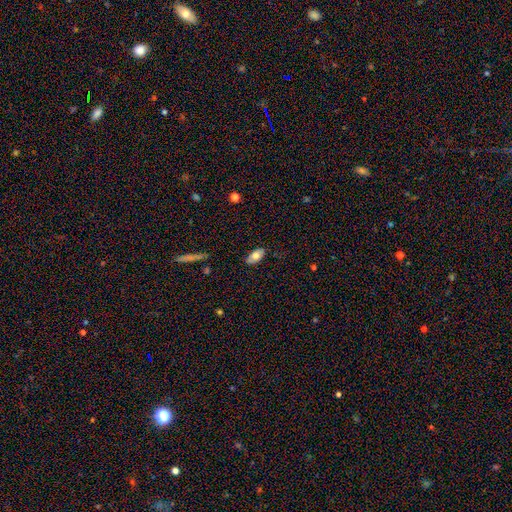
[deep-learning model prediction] smooth-or-featured: smooth: 70% | featured or disk: 23% | star or artifact: 7%
  how-rounded: in between: 92% | cigar-shaped: 5% | round: 3%
  merging: none: 83% | minor disturbance: 13% | major disturbance: 2% | merger: 1%